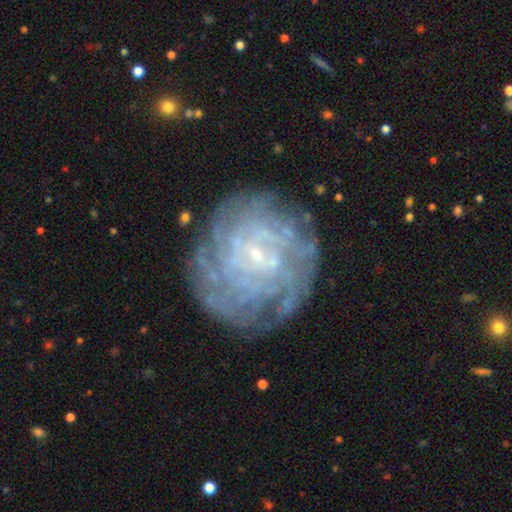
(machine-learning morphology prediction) The model was most divided on "bar": no: 47%, weak: 42%, strong: 11%. Remaining: edge-on disk — no (97%); spiral arms — yes (87%); bulge size — small (83%); smooth or featured — featured or disk (79%); spiral winding — tight (77%); merging — none (76%); spiral arm count — can't tell (45%).